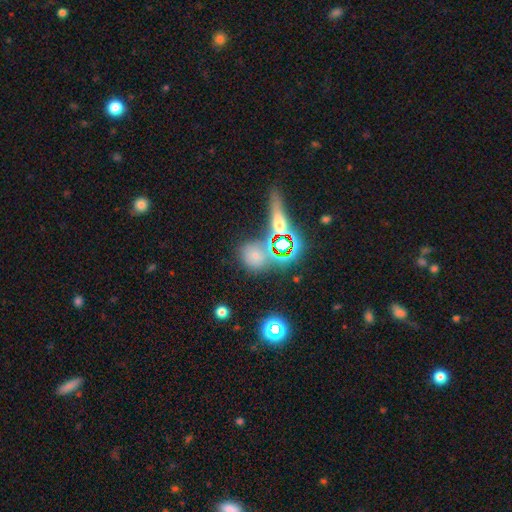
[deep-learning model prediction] Overall: smooth (52%; star or artifact 36%). How rounded: round (75%). Merging: none (70%).